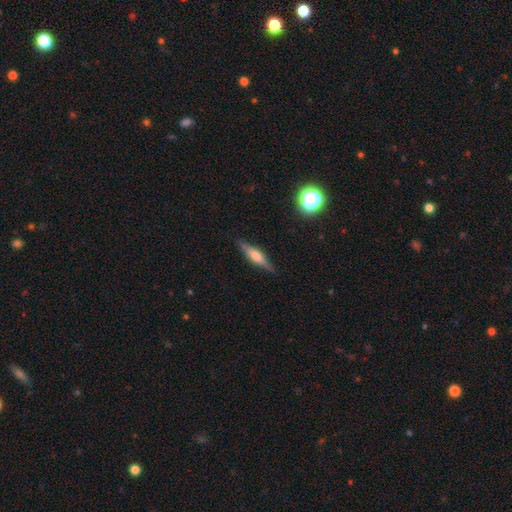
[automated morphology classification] Smooth or featured? Predicted: featured or disk (p=0.54). Edge-on disk? Predicted: yes (p=0.95). Edge-on bulge? Predicted: rounded (p=0.71). Merging? Predicted: none (p=0.86).